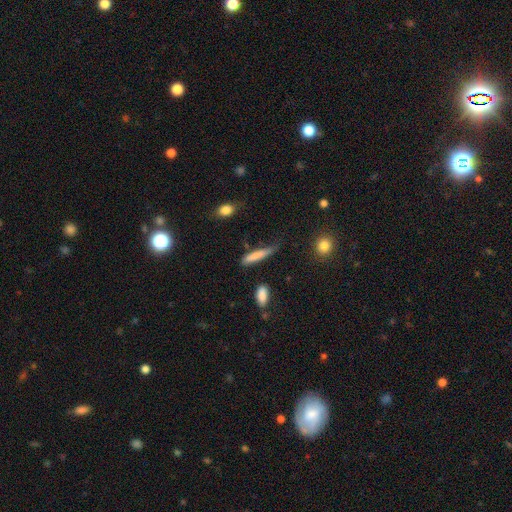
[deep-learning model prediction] Morphology: type=smooth (78%); roundness=cigar-shaped (87%); merging=none (57%).